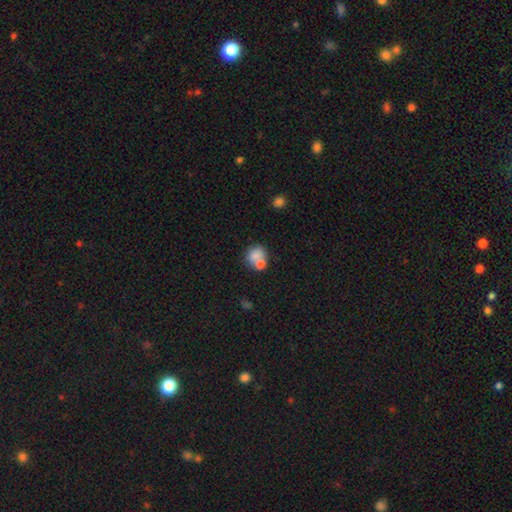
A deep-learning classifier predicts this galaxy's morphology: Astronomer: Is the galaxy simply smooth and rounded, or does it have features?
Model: smooth — 77%.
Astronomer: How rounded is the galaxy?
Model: round — 67%.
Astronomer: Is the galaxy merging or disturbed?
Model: none — 42% (runner-up: merger, 41%).